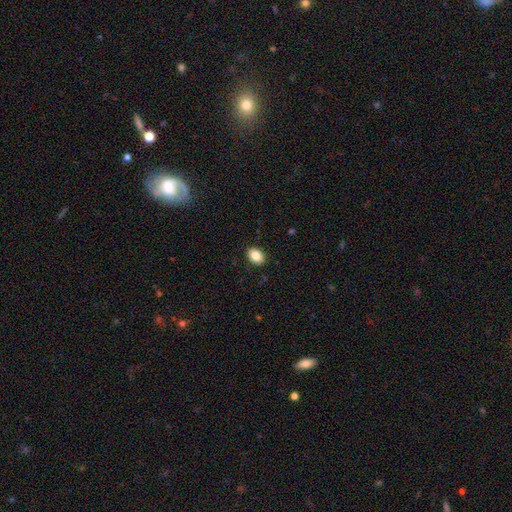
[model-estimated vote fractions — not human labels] smooth-or-featured: smooth: 86% | star or artifact: 8% | featured or disk: 5%
  how-rounded: in between: 74% | round: 25% | cigar-shaped: 1%
  merging: none: 89% | minor disturbance: 8% | major disturbance: 2% | merger: 1%